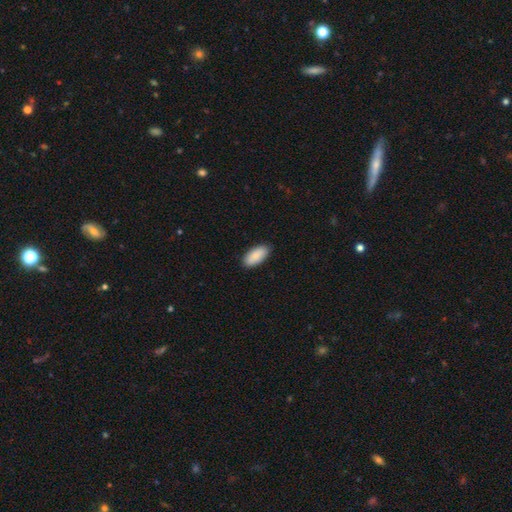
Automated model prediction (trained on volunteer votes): This is clearly a smooth galaxy (90%). How rounded: clearly in between (92%). Merging: clearly none (88%).